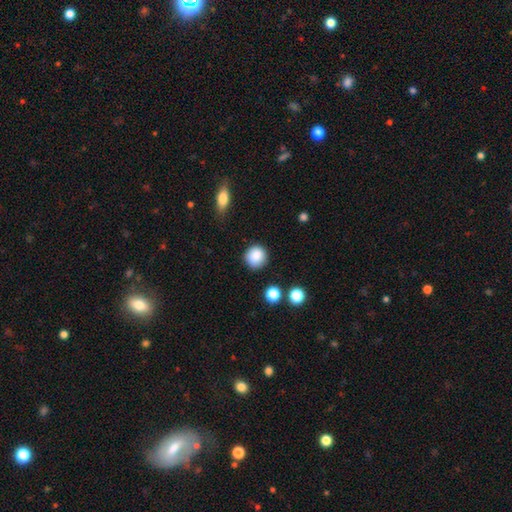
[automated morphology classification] The model was most divided on "merging": none: 86%, minor disturbance: 9%, major disturbance: 3%, merger: 2%. More confident: how rounded — round (91%); smooth or featured — smooth (88%).